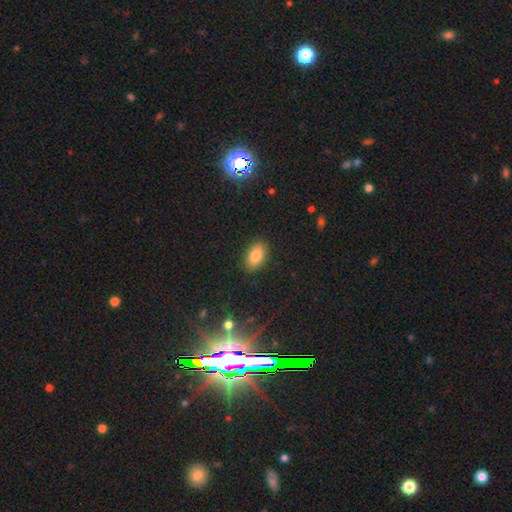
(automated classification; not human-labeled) Morphology: type=smooth (81%); roundness=in between (91%); merging=none (88%).